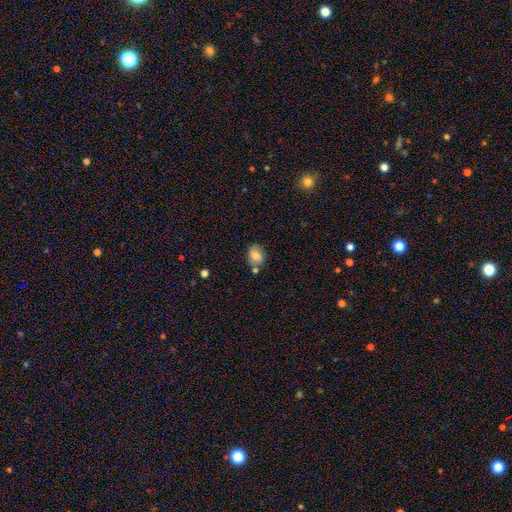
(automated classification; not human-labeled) A smooth galaxy with no disk features (79%) that is in between round and cigar-shaped (69%).

Vote fractions:
- Smooth or featured? smooth: 79% / featured or disk: 12% / star or artifact: 9%
- How rounded? in between: 69% / round: 30% / cigar-shaped: 1%
- Merging? none: 65% / minor disturbance: 20% / merger: 10% / major disturbance: 5%